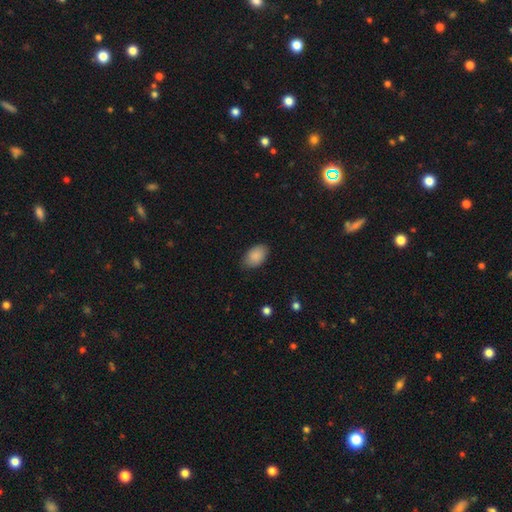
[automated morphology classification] The model was most divided on "merging": none: 81%, minor disturbance: 15%, major disturbance: 3%, merger: 1%. More confident: how rounded — in between (91%); smooth or featured — smooth (89%).